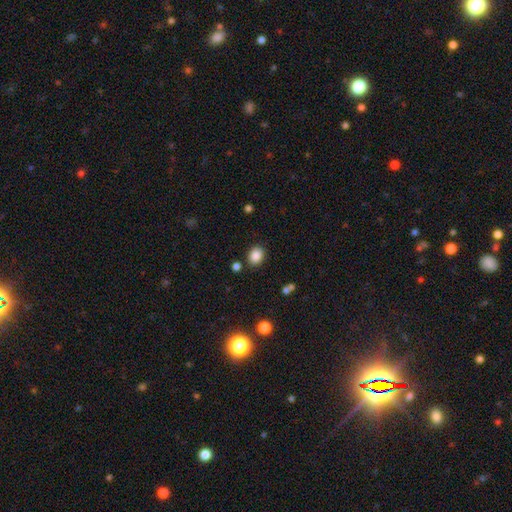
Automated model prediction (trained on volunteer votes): A smooth galaxy with no disk features (86%) that is in between round and cigar-shaped (51%). Merging: none (85%).